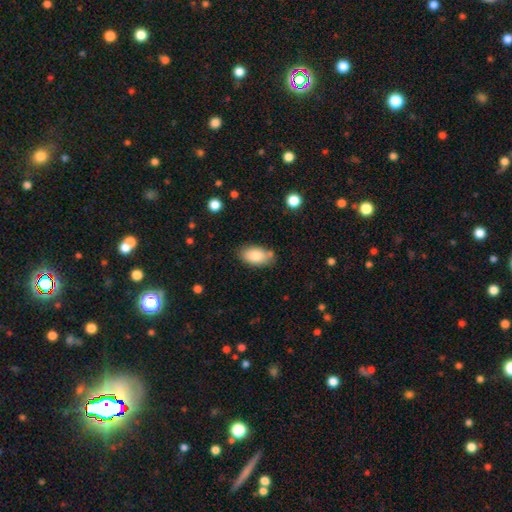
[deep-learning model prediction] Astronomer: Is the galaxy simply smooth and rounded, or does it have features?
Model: smooth — 83%.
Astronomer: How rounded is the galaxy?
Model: in between — 93%.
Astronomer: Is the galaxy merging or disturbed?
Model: none — 74%.